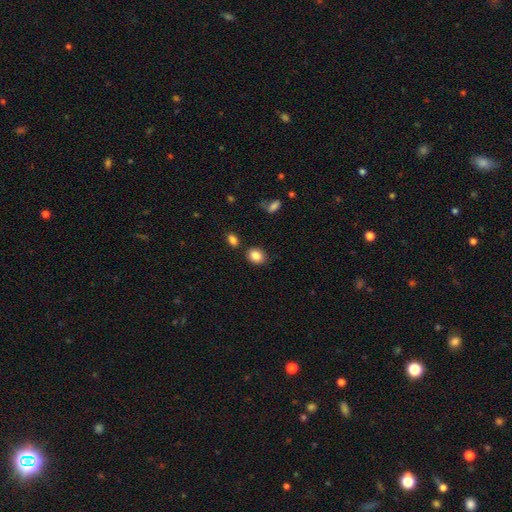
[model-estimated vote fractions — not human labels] A smooth galaxy with no disk features (86%) that is in between round and cigar-shaped (56%).

Vote fractions:
- Smooth or featured? smooth: 86% / star or artifact: 9% / featured or disk: 6%
- How rounded? in between: 56% / round: 43% / cigar-shaped: 1%
- Merging? none: 81% / minor disturbance: 11% / merger: 6% / major disturbance: 3%